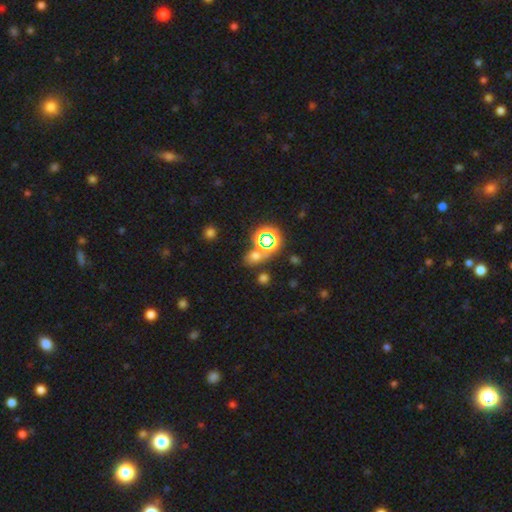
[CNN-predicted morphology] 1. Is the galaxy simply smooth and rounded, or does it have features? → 47% star or artifact, 45% smooth, 9% featured or disk.